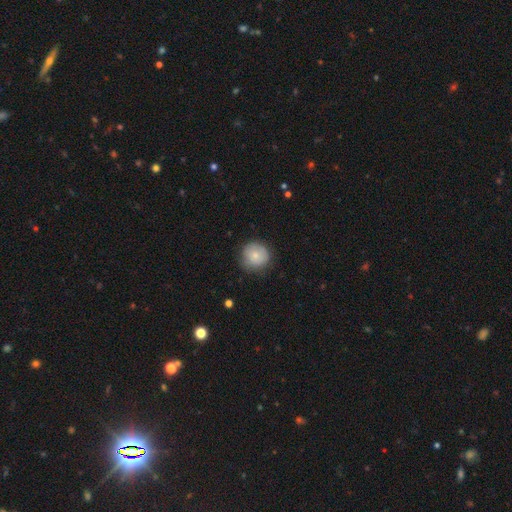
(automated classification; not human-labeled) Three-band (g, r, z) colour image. It shows a smooth galaxy with no disk features (79%) that is round (92%). Merging: none (78%).